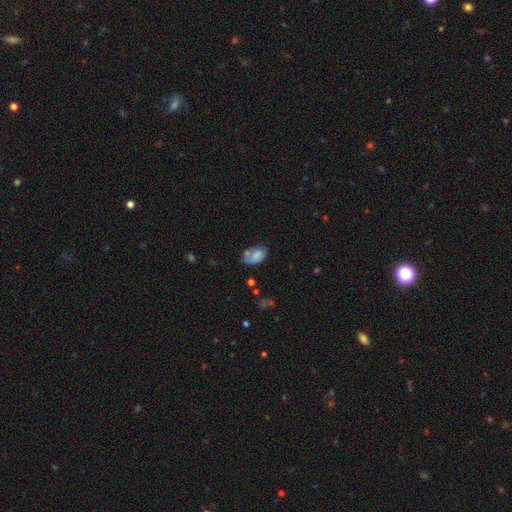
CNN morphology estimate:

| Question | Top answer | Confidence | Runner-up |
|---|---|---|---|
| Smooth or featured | smooth | 71% | featured or disk (20%) |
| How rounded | in between | 88% | round (10%) |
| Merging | none | 44% | minor disturbance (30%) |